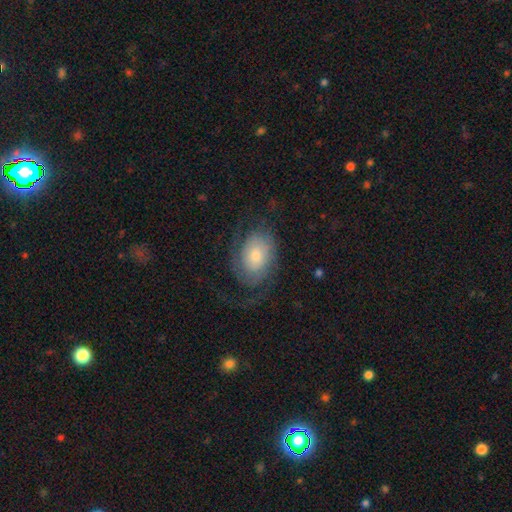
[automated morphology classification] smooth-or-featured: featured or disk: 68% | smooth: 25% | star or artifact: 7%
  disk-edge-on: no: 96% | yes: 4%
    bar: no: 74% | weak: 22% | strong: 4%
    has-spiral-arms: yes: 90% | no: 10%
      spiral-winding: tight: 38% (tied) | medium: 38% (tied) | loose: 24%
      spiral-arm-count: 2: 55% | can't tell: 22% | 1: 10% | 3: 7% | 4: 3% | more than 4: 3%
    bulge-size: moderate: 46% | small: 36% | large: 12% | dominant: 3% | none: 3%
  merging: none: 62% | major disturbance: 20% | minor disturbance: 17% | merger: 1%